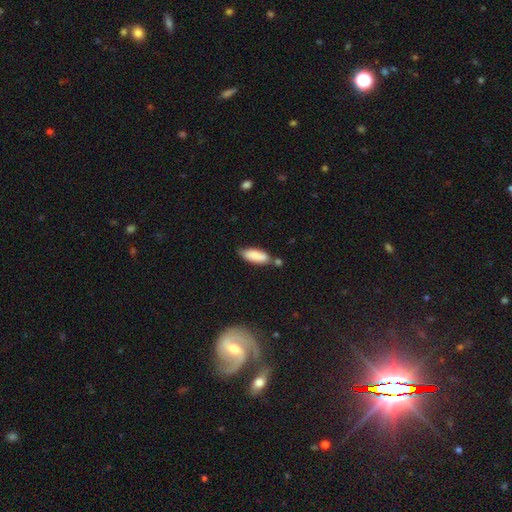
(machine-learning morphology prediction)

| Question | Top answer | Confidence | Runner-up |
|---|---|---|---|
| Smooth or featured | smooth | 83% | featured or disk (11%) |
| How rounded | in between | 66% | cigar-shaped (33%) |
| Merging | none | 59% | minor disturbance (20%) |